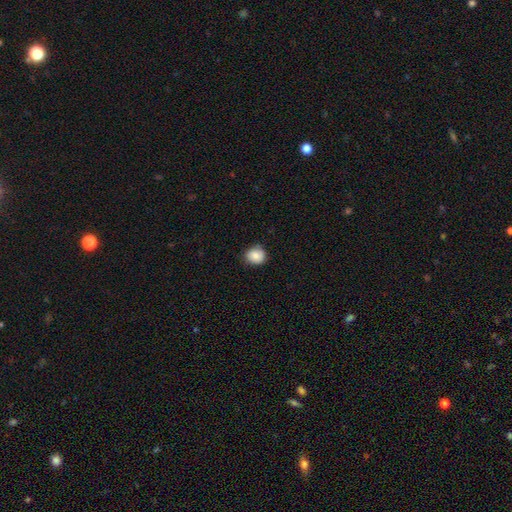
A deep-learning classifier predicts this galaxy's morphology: A smooth galaxy with no disk features (85%) that is round (77%).

Vote fractions:
- Smooth or featured? smooth: 85% / star or artifact: 8% / featured or disk: 7%
- How rounded? round: 77% / in between: 22% / cigar-shaped: 1%
- Merging? none: 78% / minor disturbance: 18% / major disturbance: 3% / merger: 1%